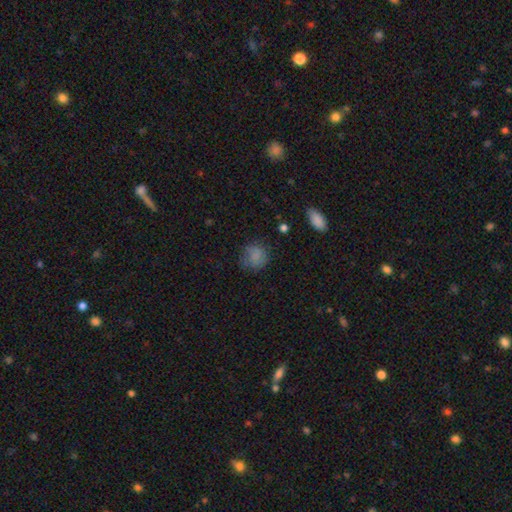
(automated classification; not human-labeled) Smooth or featured?
  - smooth: 77% *
  - featured or disk: 12%
  - star or artifact: 11%
How rounded?
  - round: 79% *
  - in between: 20%
  - cigar-shaped: 1%
Merging?
  - none: 67% *
  - minor disturbance: 22%
  - major disturbance: 9%
  - merger: 2%